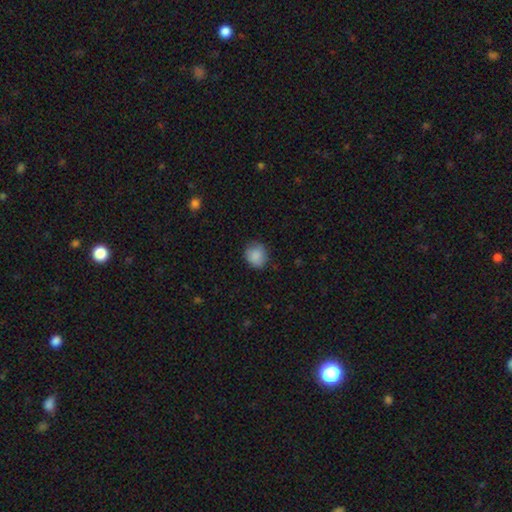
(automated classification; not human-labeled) smooth_or_featured: smooth (p=0.88) [alt: star or artifact p=0.08]
how_rounded: round (p=0.73) [alt: in between p=0.26]
merging: none (p=0.78) [alt: minor disturbance p=0.17]